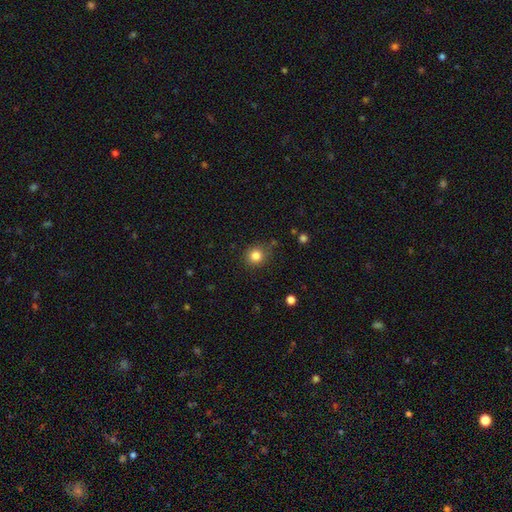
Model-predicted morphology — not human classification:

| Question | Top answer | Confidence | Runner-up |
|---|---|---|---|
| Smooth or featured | smooth | 83% | star or artifact (12%) |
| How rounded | round | 88% | in between (11%) |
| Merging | none | 81% | minor disturbance (14%) |